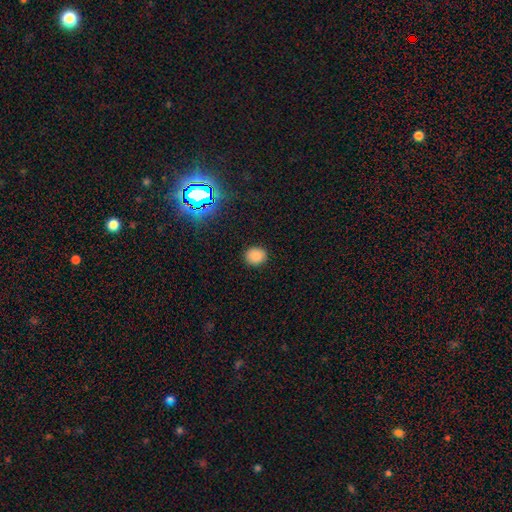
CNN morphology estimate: This appears to be a smooth galaxy with no disk features (83%) that is round (74%). Merging: none (90%).